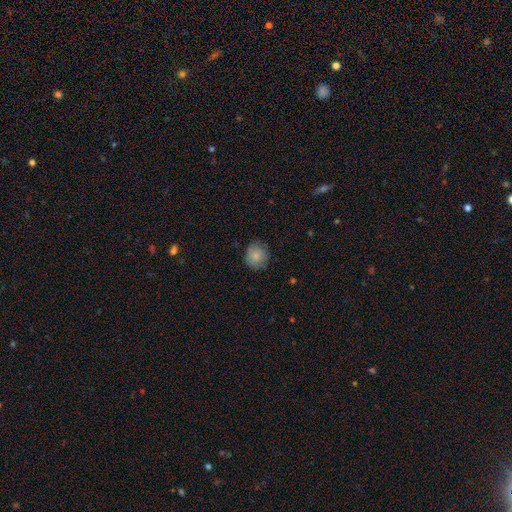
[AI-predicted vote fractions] This appears to be a smooth galaxy with no disk features (83%) that is round (86%). Merging: none (80%).